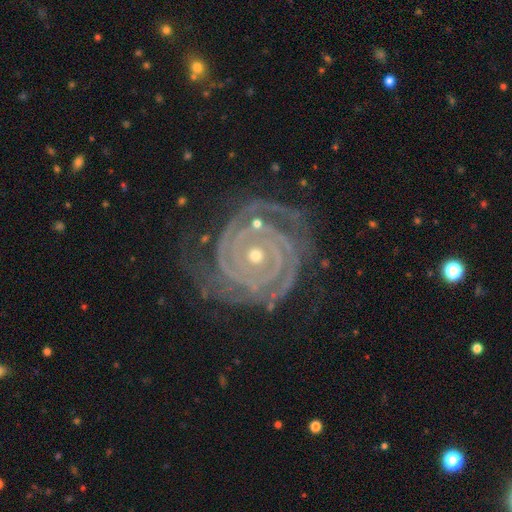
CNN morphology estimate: This appears to be a featured or disk galaxy (92%) with no bar (75%), 2 (36%) tight (88%) spiral arms (98%) and a small central bulge (58%). Merging: none (70%).